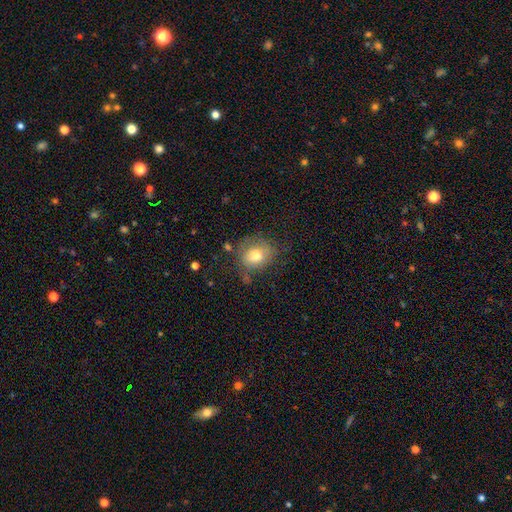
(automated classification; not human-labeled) Smooth or featured? smooth (73%)
How rounded? round (57%)
Merging? none (64%)